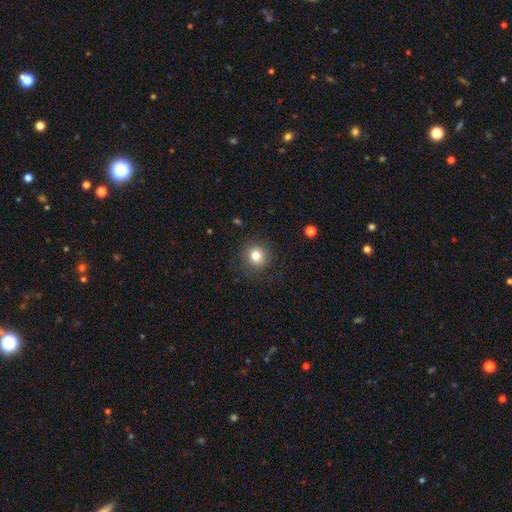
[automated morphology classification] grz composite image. It shows a smooth galaxy with no disk features (81%) that is round (91%). Merging: none (86%).